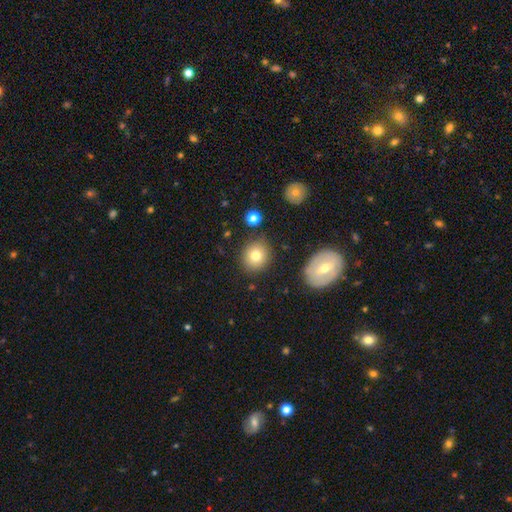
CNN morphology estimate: Overall: smooth (77%). How rounded: round (83%). Merging: none (84%).